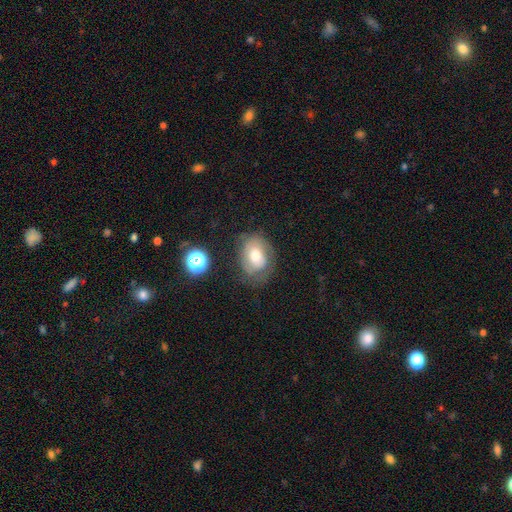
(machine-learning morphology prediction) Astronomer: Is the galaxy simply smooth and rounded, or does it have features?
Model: smooth — 51% (runner-up: featured or disk, 38%).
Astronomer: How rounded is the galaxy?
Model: in between — 63%.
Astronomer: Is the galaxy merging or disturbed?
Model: none — 58%.